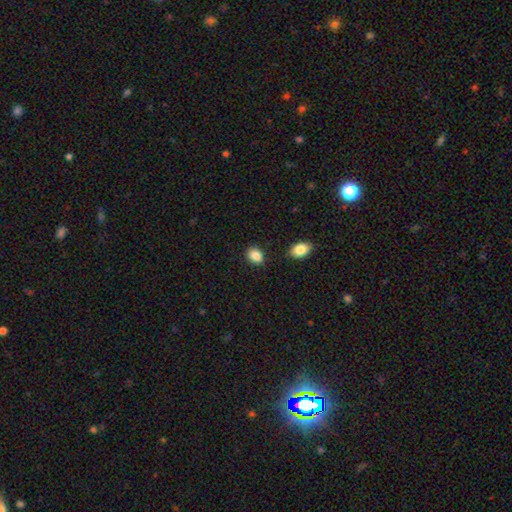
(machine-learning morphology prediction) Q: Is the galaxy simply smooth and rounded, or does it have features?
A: smooth — 88%.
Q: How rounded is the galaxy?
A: in between — 69%.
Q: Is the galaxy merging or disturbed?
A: none — 84%.